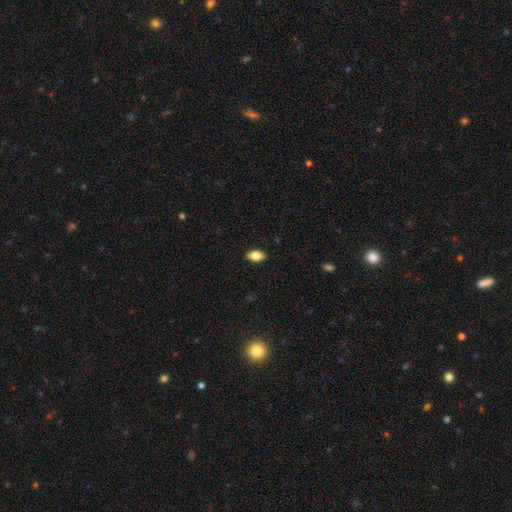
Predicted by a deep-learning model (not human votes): smooth_or_featured: smooth (p=0.82) [alt: featured or disk p=0.11]
how_rounded: in between (p=0.91) [alt: round p=0.05]
merging: none (p=0.90) [alt: minor disturbance p=0.08]